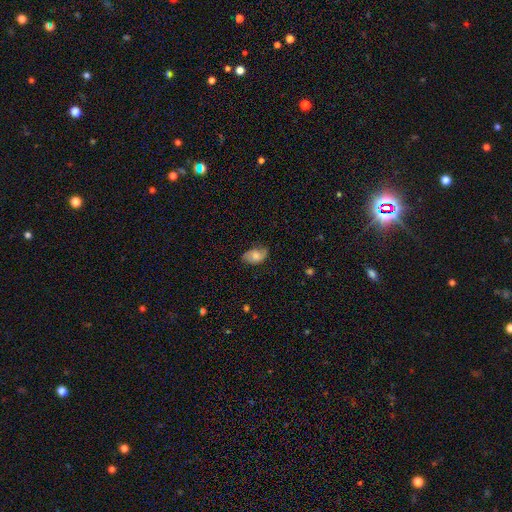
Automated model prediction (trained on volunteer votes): Morphology: type=smooth (54%); roundness=in between (89%); merging=none (67%).